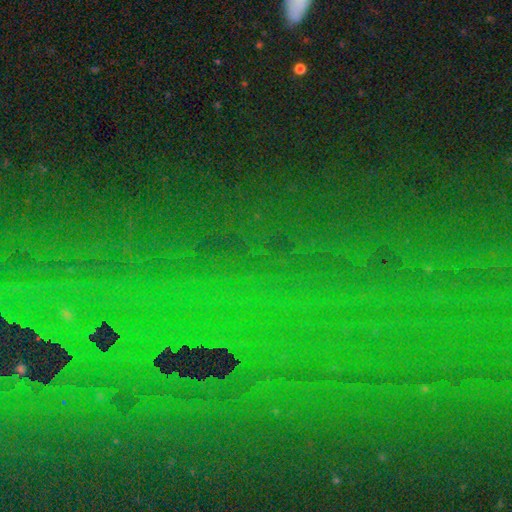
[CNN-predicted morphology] Smooth or featured?
  - star or artifact: 80% *
  - smooth: 11%
  - featured or disk: 9%